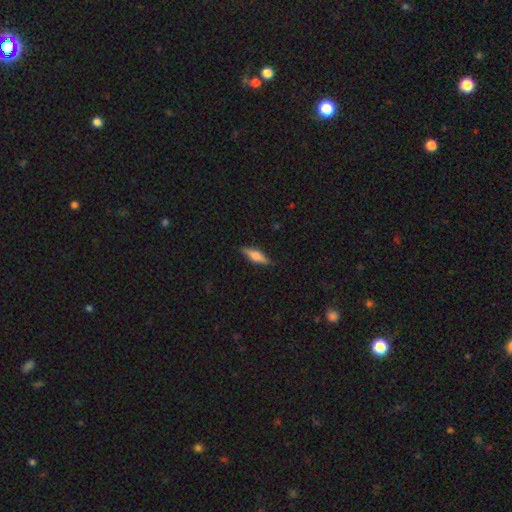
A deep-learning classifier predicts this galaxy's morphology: Smooth or featured: smooth — 55% (featured or disk — 38%)
How rounded: cigar-shaped — 57% (in between — 40%)
Merging: none — 86% (minor disturbance — 11%)